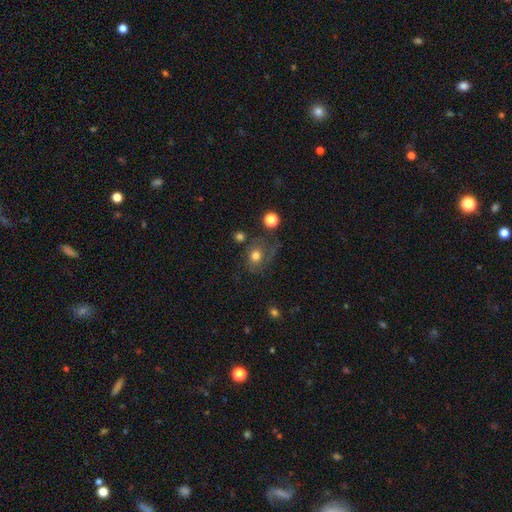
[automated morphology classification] type=smooth (69%); roundness=round (65%); merging=none (52%).